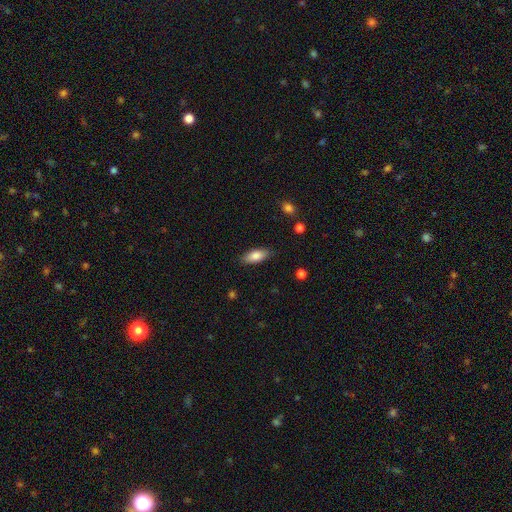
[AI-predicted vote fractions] Overall: smooth (82%). How rounded: in between (80%). Merging: none (85%).